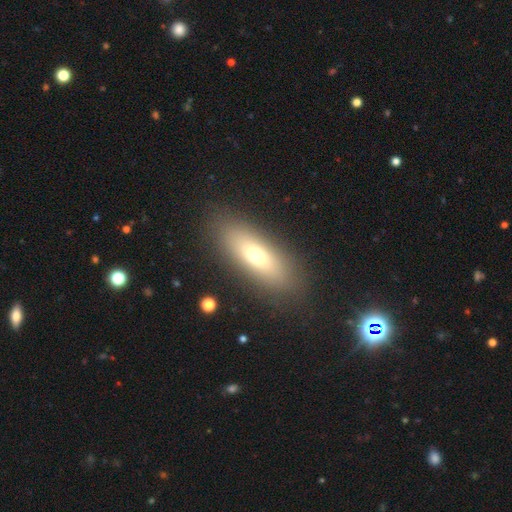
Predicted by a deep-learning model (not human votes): Smooth or featured? smooth (64%)
How rounded? in between (58%)
Merging? none (87%)